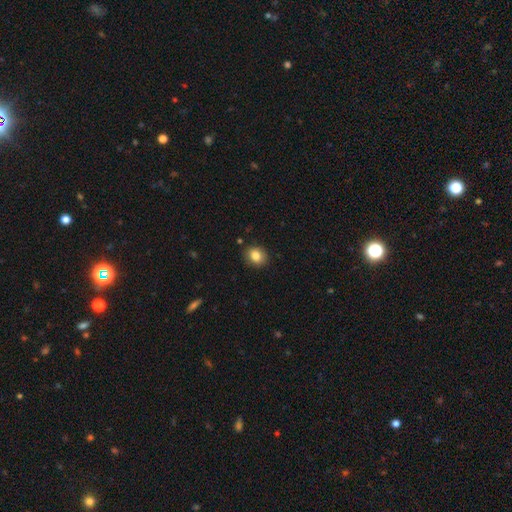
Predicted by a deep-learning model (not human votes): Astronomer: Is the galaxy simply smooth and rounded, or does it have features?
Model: smooth — 84%.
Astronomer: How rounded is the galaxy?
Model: round — 61% (runner-up: in between, 38%).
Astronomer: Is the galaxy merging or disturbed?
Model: none — 89%.